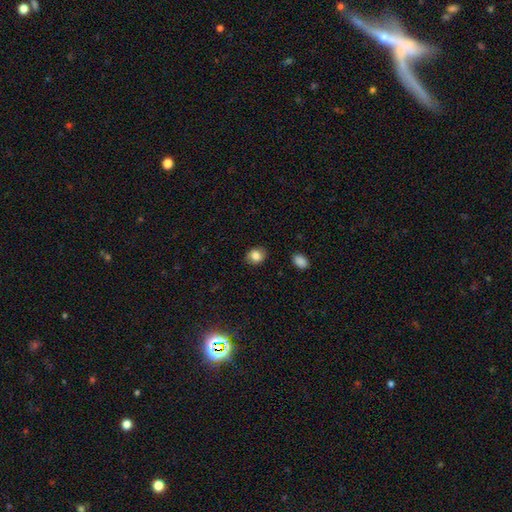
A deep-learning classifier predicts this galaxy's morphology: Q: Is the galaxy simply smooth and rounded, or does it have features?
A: smooth — 83%.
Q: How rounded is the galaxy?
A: round — 53%.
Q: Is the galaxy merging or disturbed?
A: none — 84%.